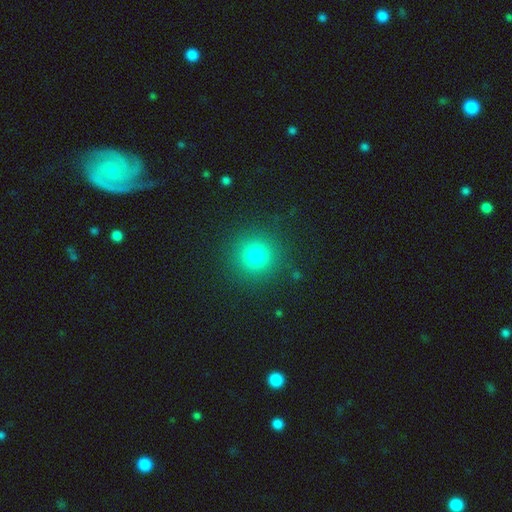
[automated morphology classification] This is likely a smooth galaxy (77%). How rounded: clearly round (94%). Merging: clearly none (89%).